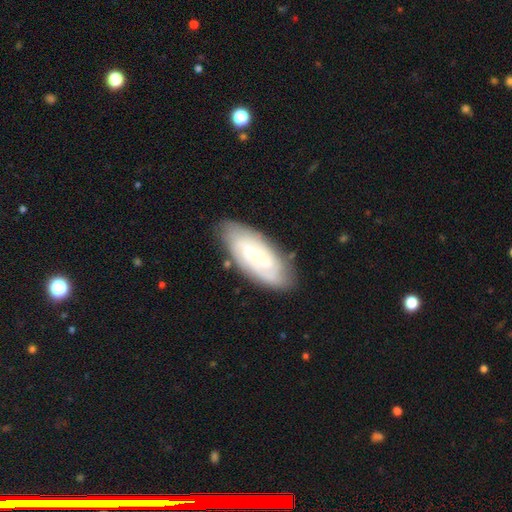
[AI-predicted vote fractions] The model was most divided on "spiral arm count": can't tell: 45%, 2: 28%, 3: 13%, 4: 7%, more than 4: 4%, 1: 4%. More confident: edge-on disk — no (92%); spiral arms — yes (90%); merging — none (80%); bulge size — small (74%); smooth or featured — featured or disk (72%); spiral winding — tight (71%); bar — no (65%).